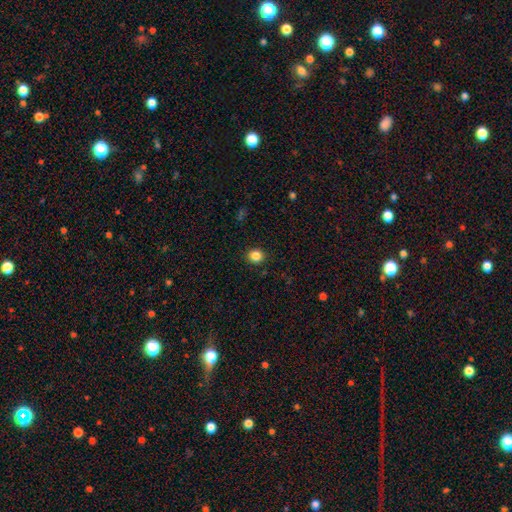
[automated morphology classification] This is clearly a smooth galaxy (85%). How rounded: clearly round (83%). Merging: clearly none (91%).